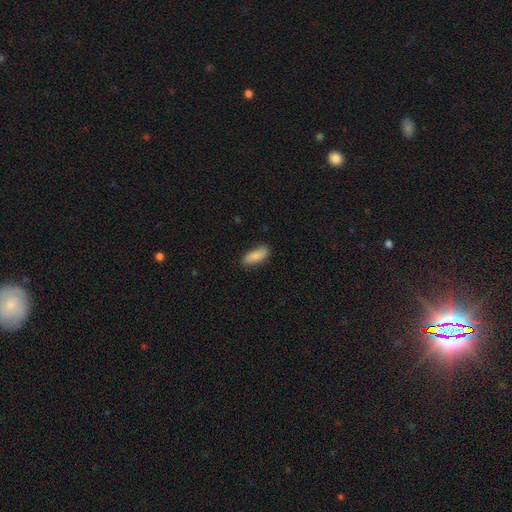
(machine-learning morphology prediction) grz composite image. It shows a smooth galaxy with no disk features (83%) that is in between round and cigar-shaped (74%). Merging: none (80%).